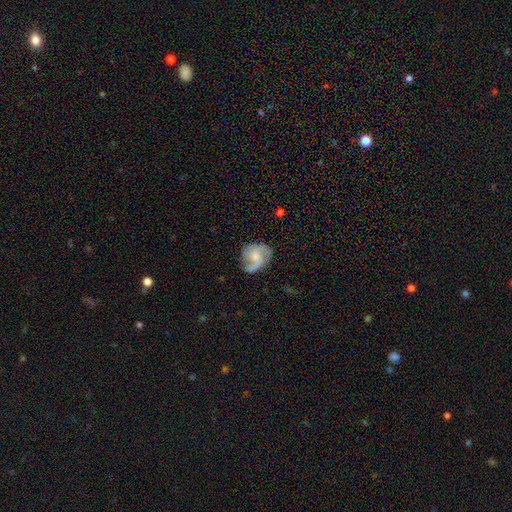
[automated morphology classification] A featured or disk galaxy (70%) with no bar (62%), 2 (55%) medium (47%) spiral arms (92%) and a small central bulge (39%). Merging: none (63%).